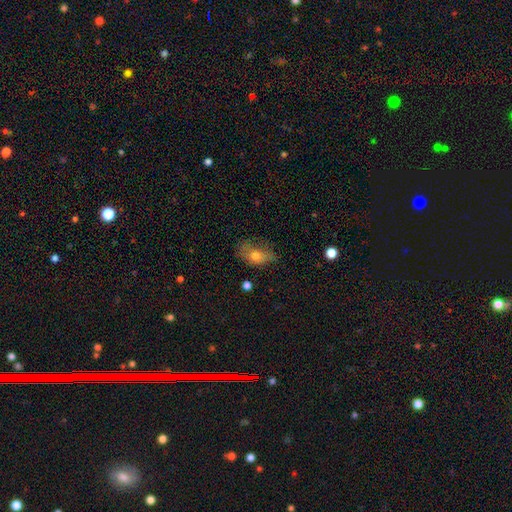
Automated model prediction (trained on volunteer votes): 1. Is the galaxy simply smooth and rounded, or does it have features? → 66% smooth, 23% featured or disk, 11% star or artifact.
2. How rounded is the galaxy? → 82% in between, 14% round, 3% cigar-shaped.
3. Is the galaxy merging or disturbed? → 47% none, 32% minor disturbance, 18% major disturbance, 3% merger.